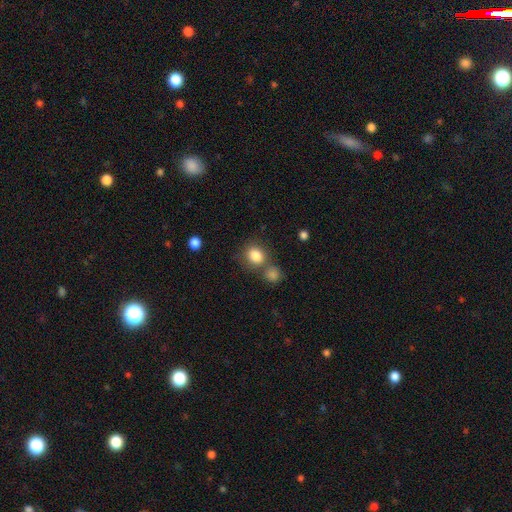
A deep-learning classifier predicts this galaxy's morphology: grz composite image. It shows a smooth galaxy with no disk features (84%) that is round (72%). Merging: none (58%).